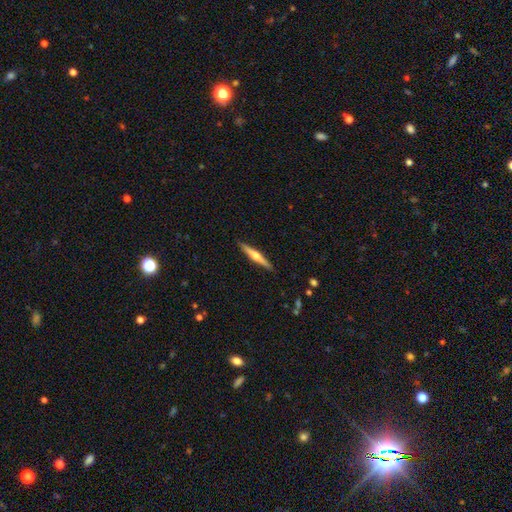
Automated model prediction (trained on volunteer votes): The model was most divided on "smooth or featured": featured or disk: 64%, smooth: 31%, star or artifact: 5%. More confident: edge-on disk — yes (98%); merging — none (91%); edge-on bulge — rounded (90%).